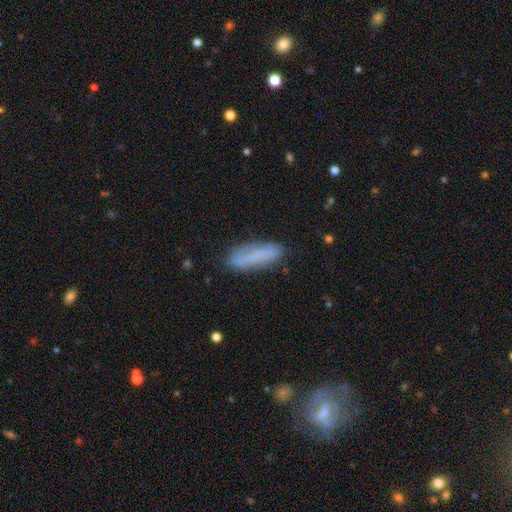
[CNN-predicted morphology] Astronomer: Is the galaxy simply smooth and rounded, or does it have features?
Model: smooth — 65%.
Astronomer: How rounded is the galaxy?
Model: cigar-shaped — 63%.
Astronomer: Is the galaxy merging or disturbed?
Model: none — 76%.